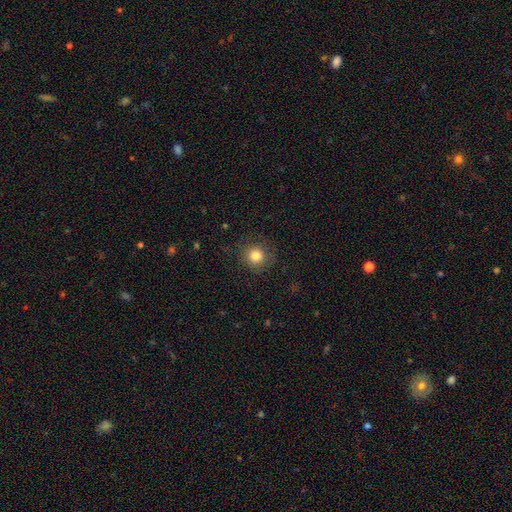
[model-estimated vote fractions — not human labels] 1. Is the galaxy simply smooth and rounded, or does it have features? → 82% smooth, 11% star or artifact, 7% featured or disk.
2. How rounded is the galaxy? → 92% round, 7% in between, 1% cigar-shaped.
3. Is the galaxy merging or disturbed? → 85% none, 10% minor disturbance, 4% major disturbance, 1% merger.